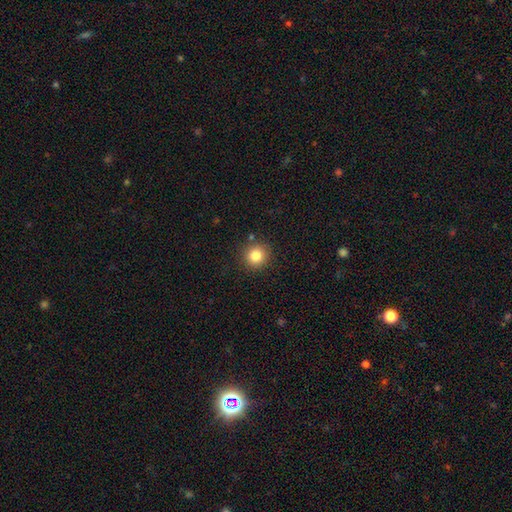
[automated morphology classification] Smooth or featured?
  - smooth: 83% *
  - star or artifact: 12%
  - featured or disk: 6%
How rounded?
  - round: 92% *
  - in between: 7%
  - cigar-shaped: 1%
Merging?
  - none: 88% *
  - minor disturbance: 7%
  - merger: 2%
  - major disturbance: 2%